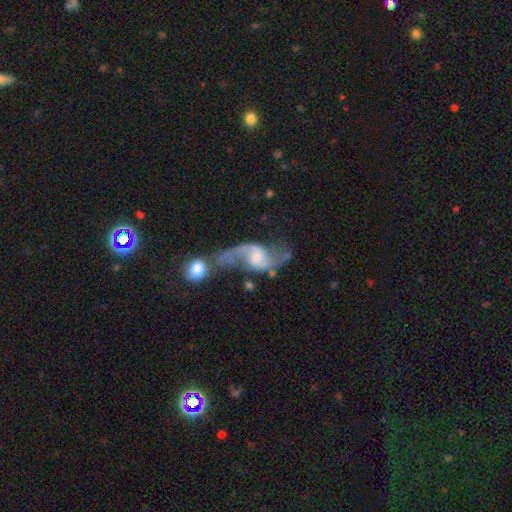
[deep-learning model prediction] This appears to be a featured or disk galaxy (84%) with a weak bar (49%), 2 (90%) loose (75%) spiral arms (94%) and a small central bulge (43%). Merging: merger (36%).